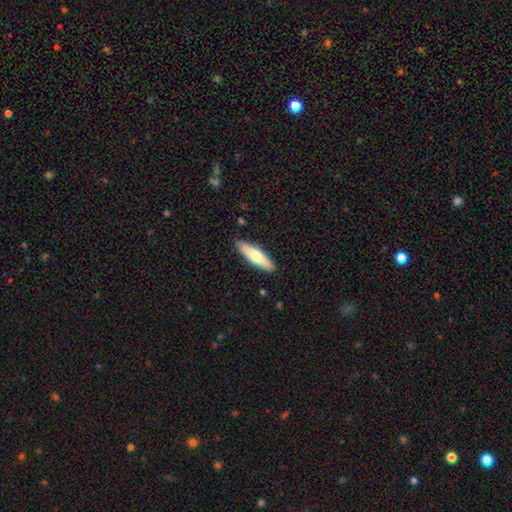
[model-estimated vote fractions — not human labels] A smooth galaxy with no disk features (65%) that is cigar-shaped (62%). Merging: none (89%).